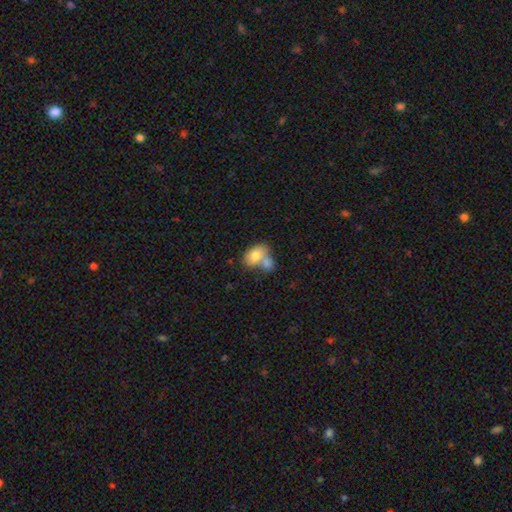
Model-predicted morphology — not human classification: Smooth or featured: smooth — 78% (featured or disk — 15%)
How rounded: in between — 82% (round — 17%)
Merging: merger — 56% (none — 29%)